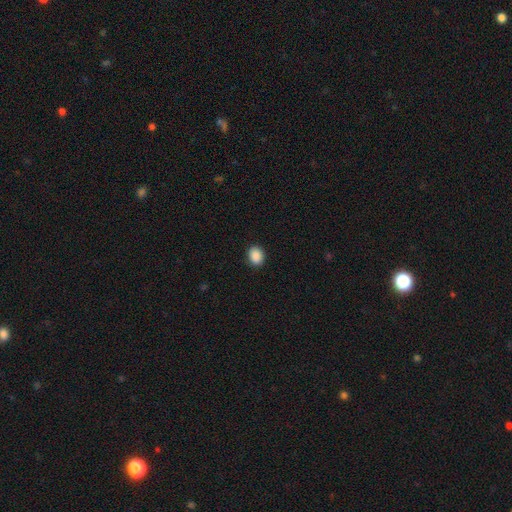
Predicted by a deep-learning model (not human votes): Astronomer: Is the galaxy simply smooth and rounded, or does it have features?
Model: smooth — 89%.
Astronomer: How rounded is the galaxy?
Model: in between — 50% (runner-up: round, 49%).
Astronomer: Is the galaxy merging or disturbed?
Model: none — 89%.